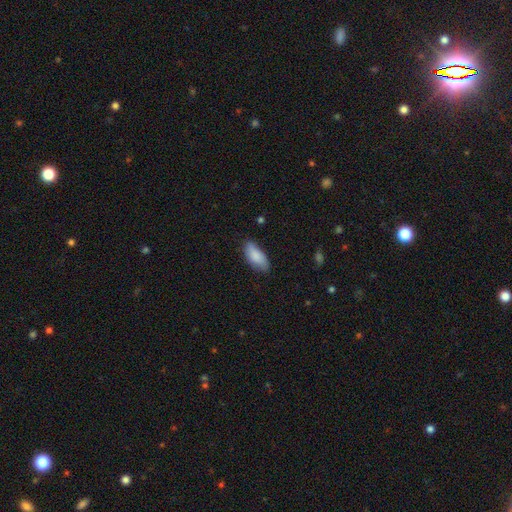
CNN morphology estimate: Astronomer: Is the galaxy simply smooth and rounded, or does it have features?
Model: smooth — 86%.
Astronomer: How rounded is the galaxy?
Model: in between — 85%.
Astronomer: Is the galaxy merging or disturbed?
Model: none — 75%.